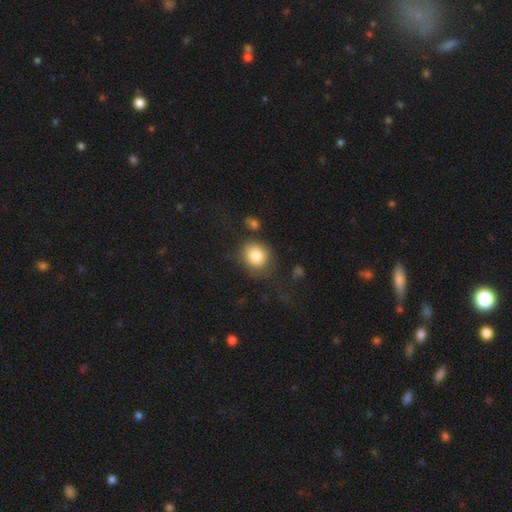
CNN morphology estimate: The model was most divided on "merging": none: 61%, minor disturbance: 20%, major disturbance: 13%, merger: 6%. More confident: smooth or featured — smooth (82%); how rounded — round (70%).